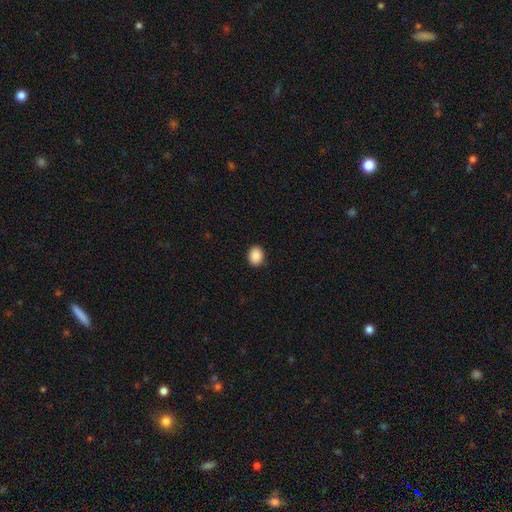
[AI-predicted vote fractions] This is clearly a smooth galaxy (90%). How rounded: possibly in between (53%). Merging: clearly none (91%).